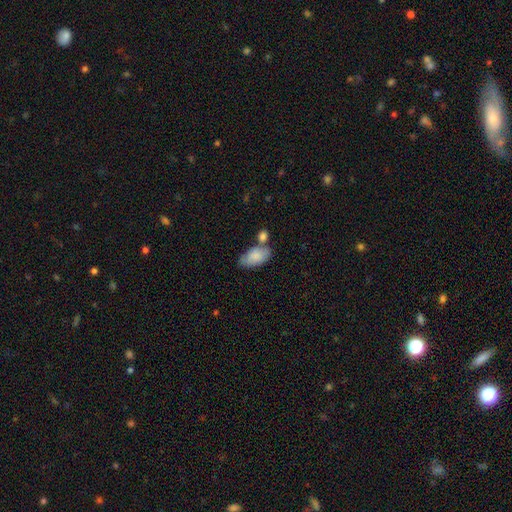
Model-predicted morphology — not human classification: Smooth or featured? Predicted: smooth (p=0.83). How rounded? Predicted: in between (p=0.94). Merging? Predicted: none (p=0.49).